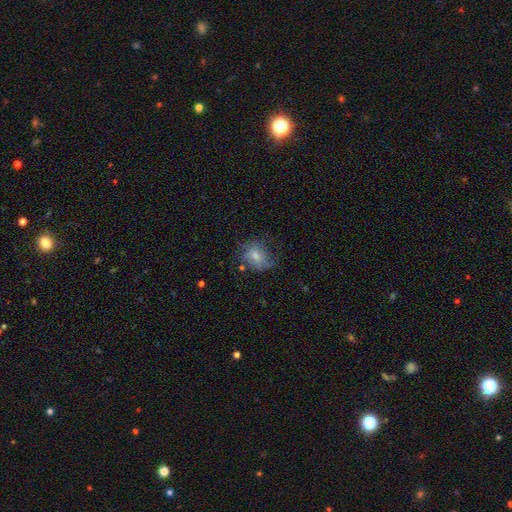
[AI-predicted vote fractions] Morphology: type=smooth (55%); roundness=in between (51%); merging=none (49%).